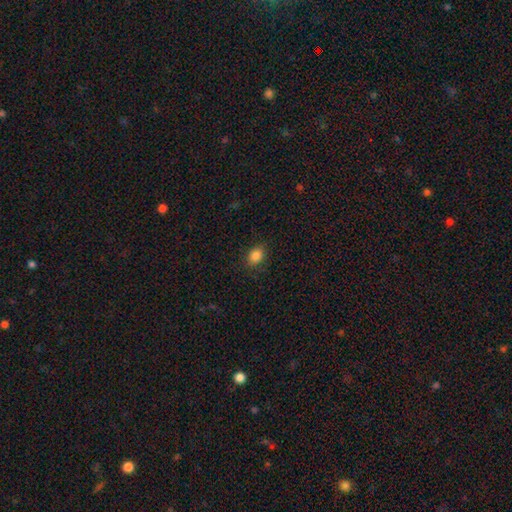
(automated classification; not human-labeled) Q: Smooth or featured?
A: smooth (85%); runner-up: star or artifact (10%)
Q: How rounded?
A: in between (64%); runner-up: round (34%)
Q: Merging?
A: none (87%); runner-up: minor disturbance (10%)